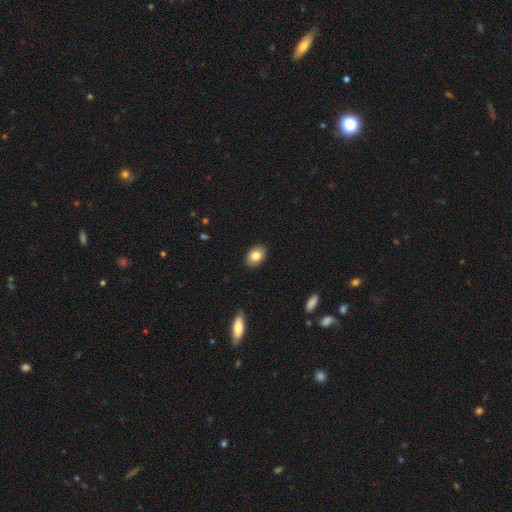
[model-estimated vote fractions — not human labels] This is clearly a smooth galaxy (82%). How rounded: clearly in between (81%). Merging: clearly none (88%).